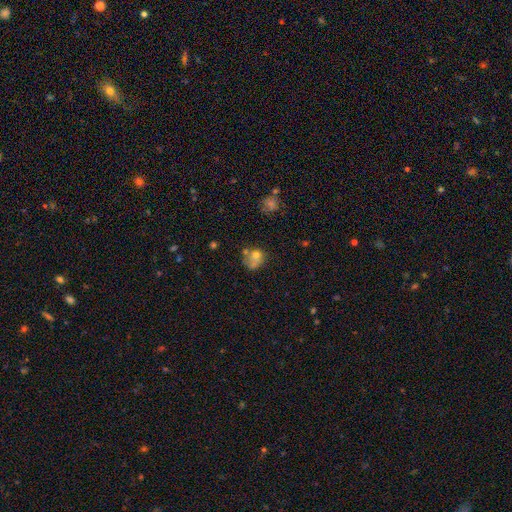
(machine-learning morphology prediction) smooth 65%, featured or disk 21%, star or artifact 14%. Down the decision tree: how rounded — round (64%); merging — none (35%).